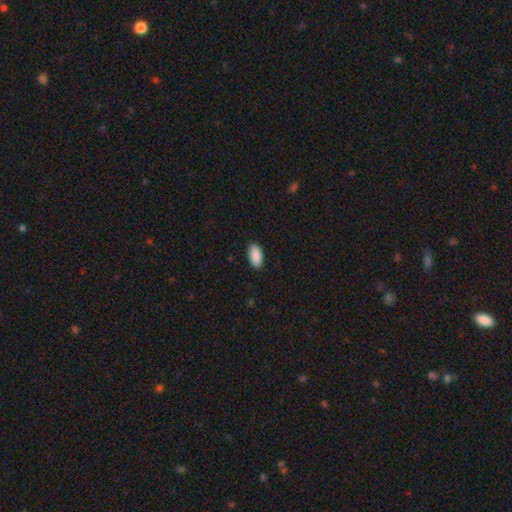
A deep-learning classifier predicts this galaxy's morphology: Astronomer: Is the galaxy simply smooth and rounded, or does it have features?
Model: smooth — 91%.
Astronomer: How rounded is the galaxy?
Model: in between — 94%.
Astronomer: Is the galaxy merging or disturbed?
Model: none — 88%.